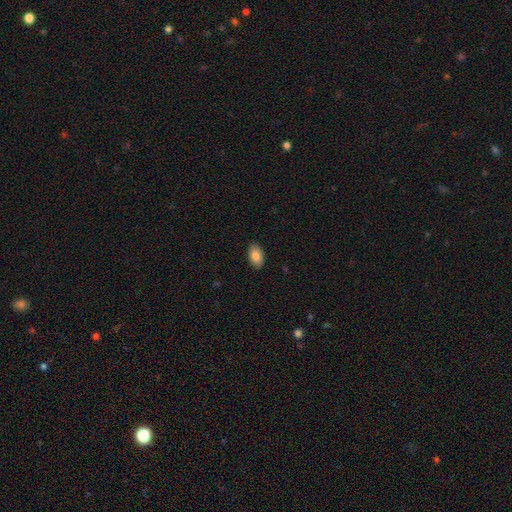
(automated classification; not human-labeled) Morphology: type=smooth (87%); roundness=in between (93%); merging=none (88%).